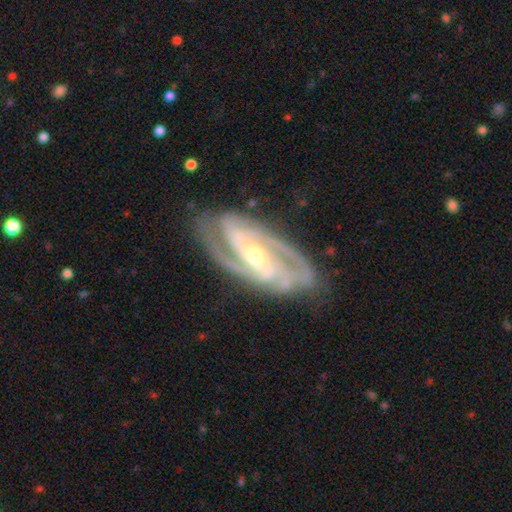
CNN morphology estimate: Overall: featured or disk (92%). Edge-on disk: no (95%). Bar: weak (35%; strong 34%). Spiral arms: yes (98%). Spiral arm count: 2 (51%; 3 31%). Spiral winding: tight (53%; medium 41%). Bulge size: small (51%; moderate 46%). Merging: none (80%).